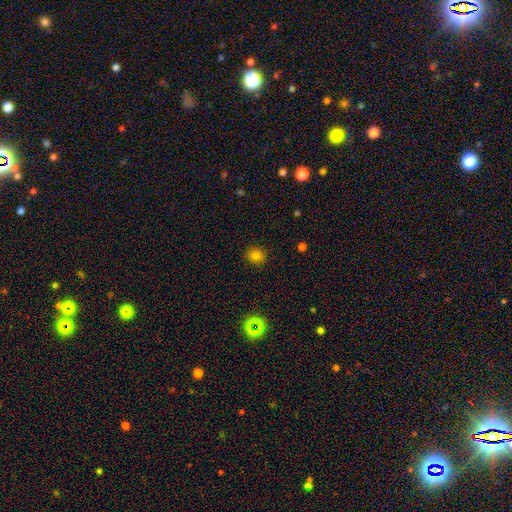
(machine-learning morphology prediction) Smooth or featured? Predicted: smooth (p=0.79). How rounded? Predicted: round (p=0.78). Merging? Predicted: none (p=0.89).